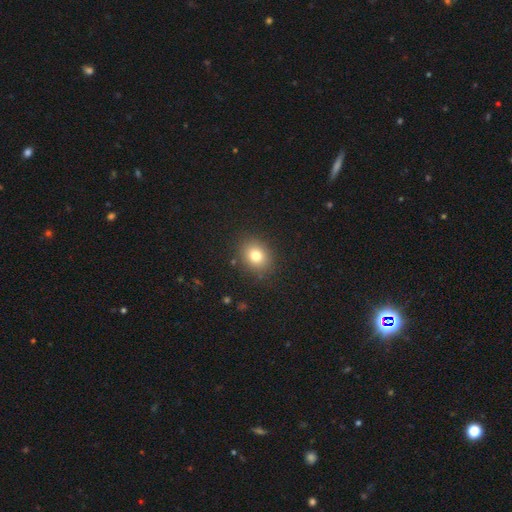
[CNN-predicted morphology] A smooth galaxy with no disk features (78%) that is round (63%).

Vote fractions:
- Smooth or featured? smooth: 78% / star or artifact: 13% / featured or disk: 9%
- How rounded? round: 63% / in between: 36% / cigar-shaped: 1%
- Merging? none: 88% / minor disturbance: 8% / major disturbance: 3% / merger: 1%